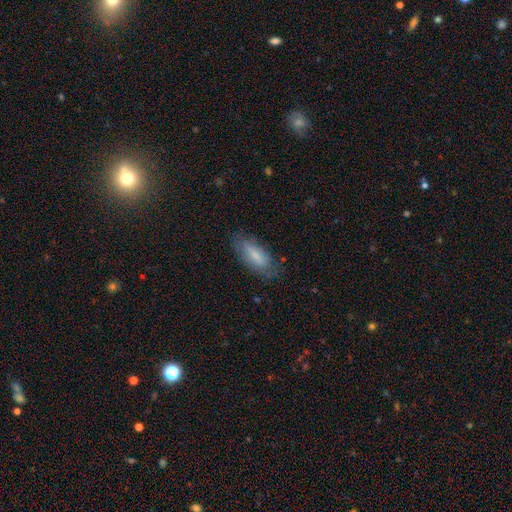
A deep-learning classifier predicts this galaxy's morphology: smooth-or-featured: smooth: 69% | featured or disk: 24% | star or artifact: 7%
  how-rounded: in between: 70% | cigar-shaped: 28% | round: 2%
  merging: none: 73% | minor disturbance: 19% | major disturbance: 6% | merger: 1%